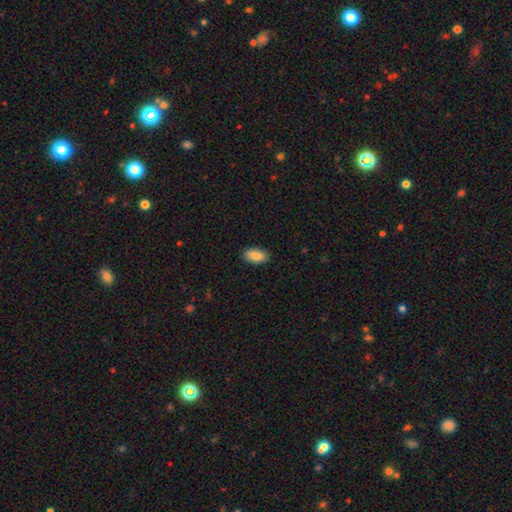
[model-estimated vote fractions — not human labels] Smooth or featured?
  - smooth: 86% *
  - featured or disk: 8%
  - star or artifact: 7%
How rounded?
  - in between: 92% *
  - cigar-shaped: 5%
  - round: 3%
Merging?
  - none: 89% *
  - minor disturbance: 8%
  - major disturbance: 2%
  - merger: 1%